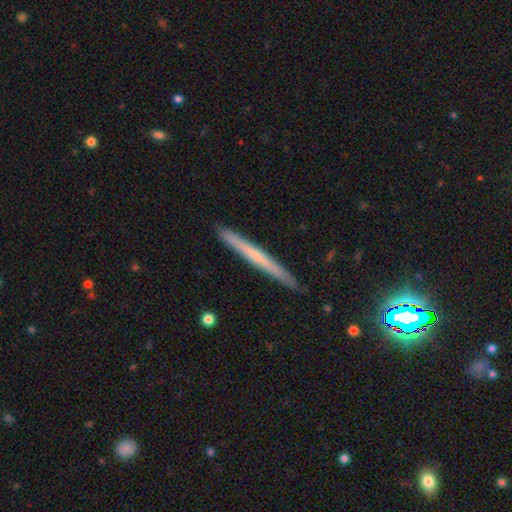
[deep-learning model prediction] Smooth or featured? featured or disk (49%)
Merging? none (91%)